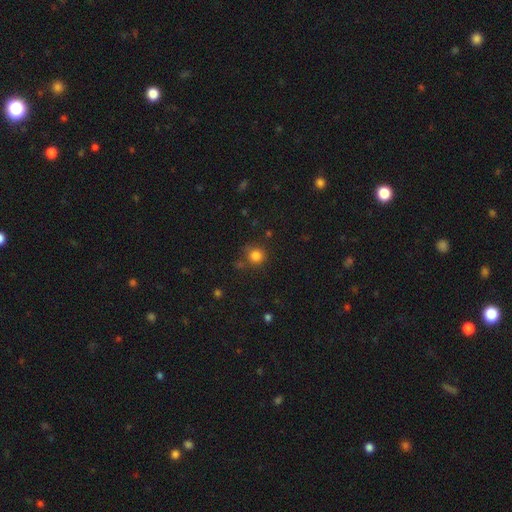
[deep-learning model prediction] Morphology: type=smooth (82%); roundness=round (91%); merging=none (75%).